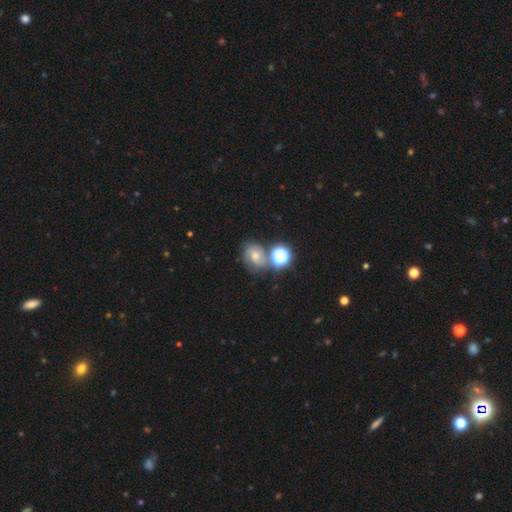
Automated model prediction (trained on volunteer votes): Smooth or featured: featured or disk — 37% (star or artifact — 32%)
Merging: none — 60% (merger — 20%)